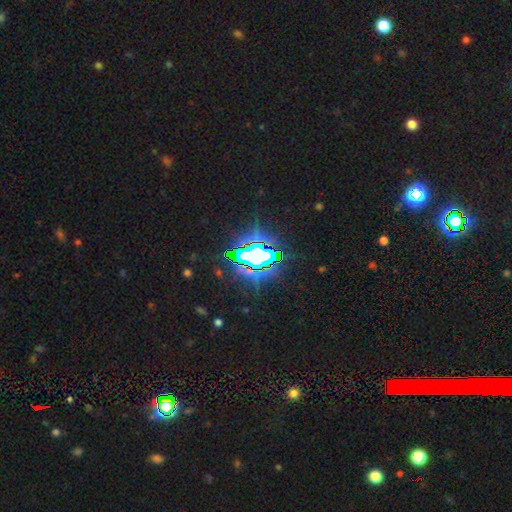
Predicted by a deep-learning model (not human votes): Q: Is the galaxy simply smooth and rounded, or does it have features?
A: star or artifact — 74%.